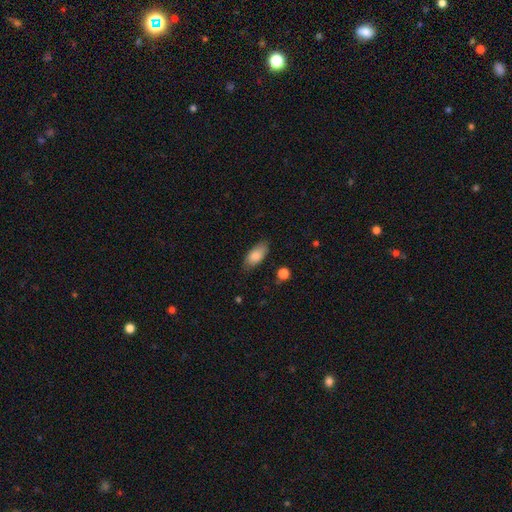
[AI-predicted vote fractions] Smooth or featured? smooth (84%)
How rounded? in between (86%)
Merging? none (79%)